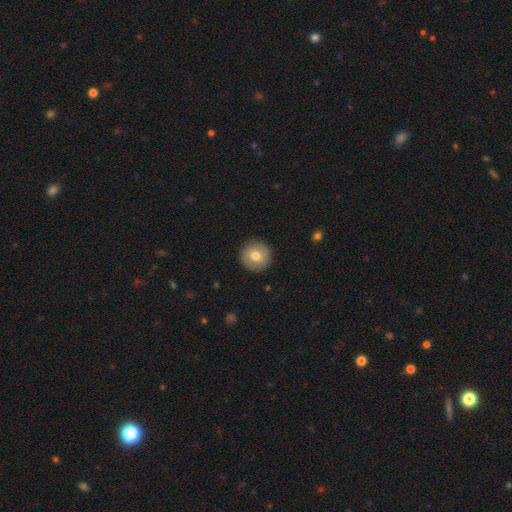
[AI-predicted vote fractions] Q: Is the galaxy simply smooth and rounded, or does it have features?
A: smooth — 73%.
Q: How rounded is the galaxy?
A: round — 96%.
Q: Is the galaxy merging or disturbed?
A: none — 92%.